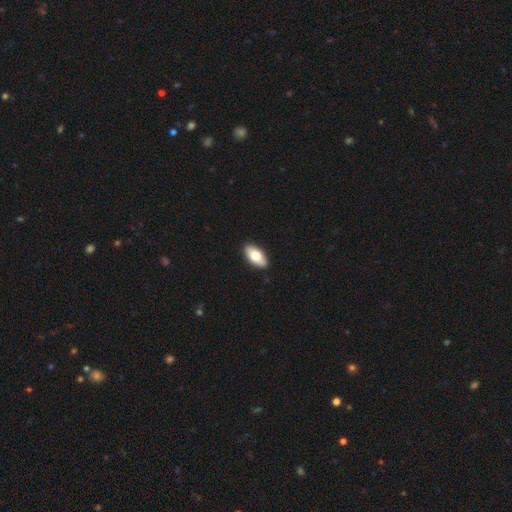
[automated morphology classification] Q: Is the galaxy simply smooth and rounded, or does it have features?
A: smooth — 71%.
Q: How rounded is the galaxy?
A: in between — 91%.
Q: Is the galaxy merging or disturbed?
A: none — 90%.